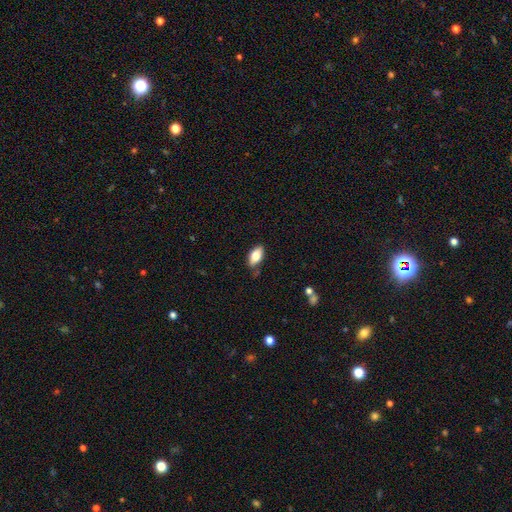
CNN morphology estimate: This is likely a smooth galaxy (76%). How rounded: clearly in between (90%). Merging: likely none (78%).